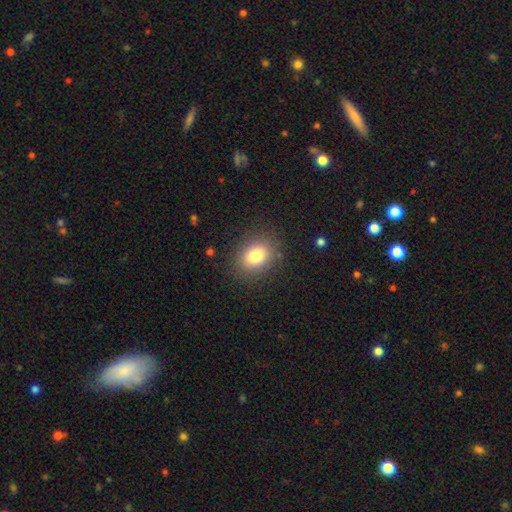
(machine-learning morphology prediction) Smooth or featured? Predicted: smooth (p=0.80). How rounded? Predicted: in between (p=0.56). Merging? Predicted: none (p=0.85).